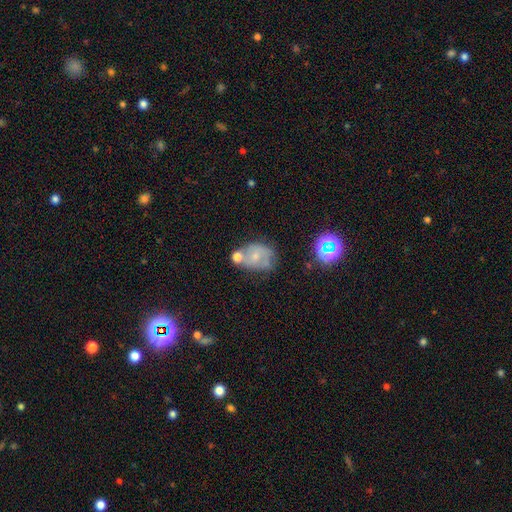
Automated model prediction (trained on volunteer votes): This appears to be a featured or disk galaxy (48%). Merging: none (37%).